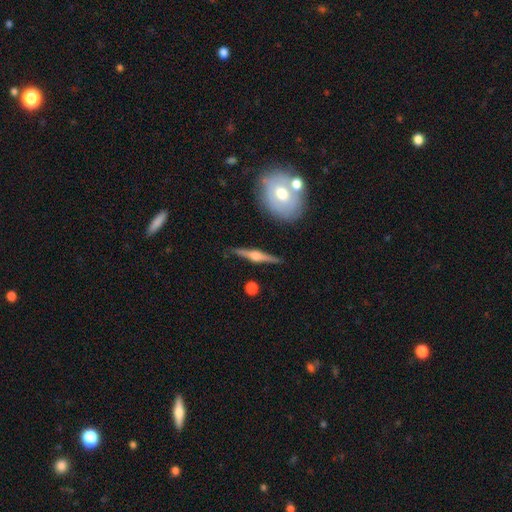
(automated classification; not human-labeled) A featured or disk galaxy (78%) viewed edge-on (97%) with a rounded central bulge (92%).

Vote fractions:
- Smooth or featured? featured or disk: 78% / smooth: 17% / star or artifact: 6%
- Edge-on disk? yes: 97% / no: 3%
- Edge-on bulge? rounded: 92% / boxy: 5% / none: 2%
- Merging? none: 86% / minor disturbance: 9% / merger: 3% / major disturbance: 2%